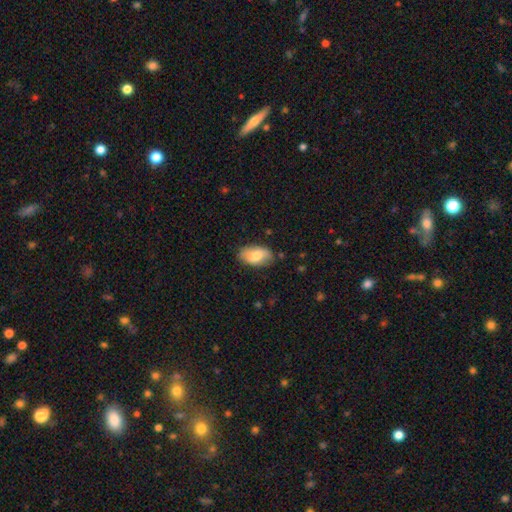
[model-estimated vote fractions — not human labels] Q: Smooth or featured?
A: smooth (74%); runner-up: featured or disk (19%)
Q: How rounded?
A: in between (94%); runner-up: round (4%)
Q: Merging?
A: none (78%); runner-up: minor disturbance (17%)